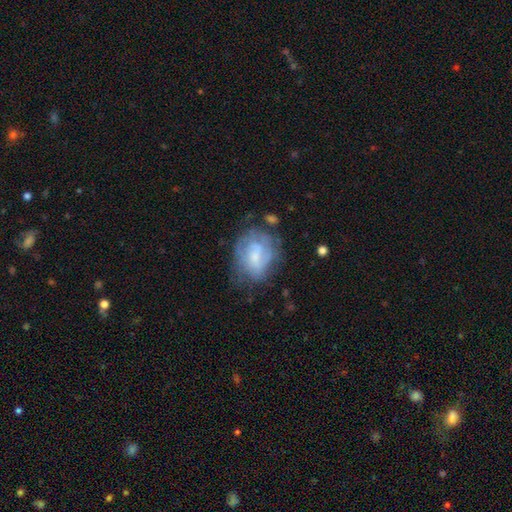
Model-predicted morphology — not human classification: Smooth or featured? featured or disk (60%)
Edge-on disk? no (97%)
Bar? no (49%)
Spiral arms? yes (68%)
Bulge size? small (41%)
Merging? none (56%)